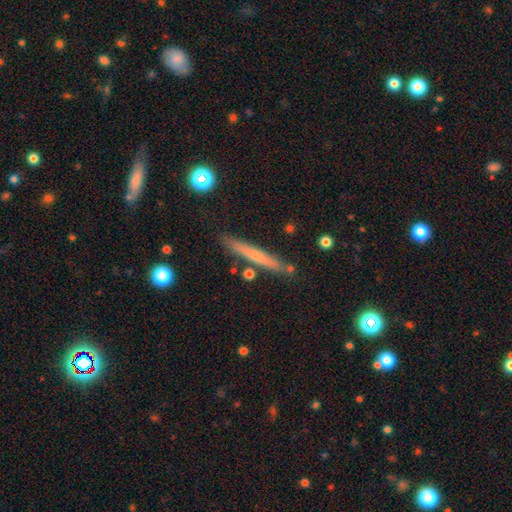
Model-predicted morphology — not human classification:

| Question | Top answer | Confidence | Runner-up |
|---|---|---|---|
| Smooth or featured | smooth | 59% | featured or disk (34%) |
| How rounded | cigar-shaped | 96% | in between (3%) |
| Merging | none | 85% | minor disturbance (10%) |